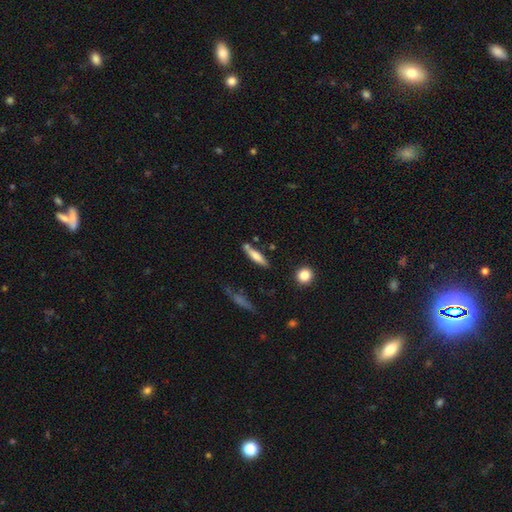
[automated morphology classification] This appears to be a smooth galaxy with no disk features (63%) that is cigar-shaped (75%). Merging: none (70%).